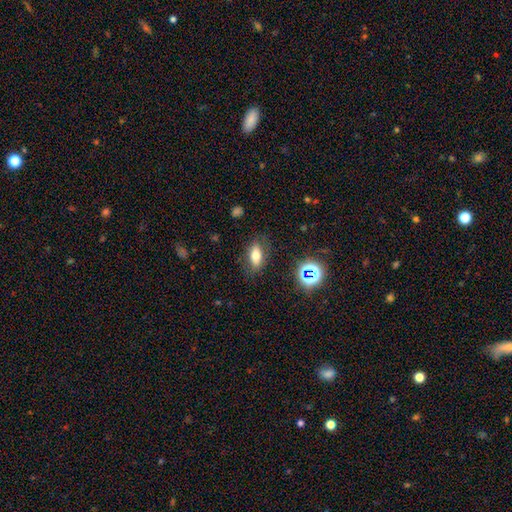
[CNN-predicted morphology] type=smooth (68%); roundness=in between (80%); merging=none (81%).